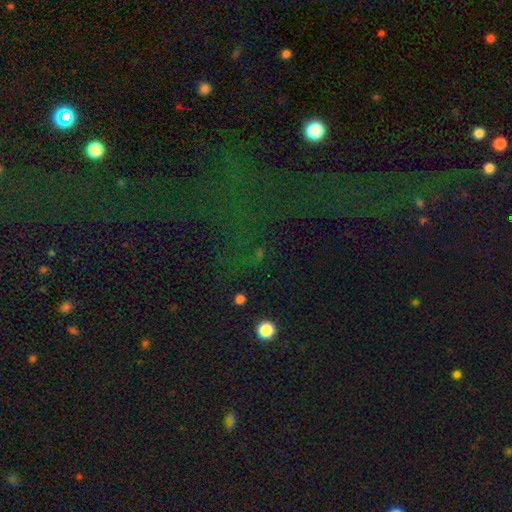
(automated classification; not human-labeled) This is likely a star or artifact rather than a galaxy (66%).